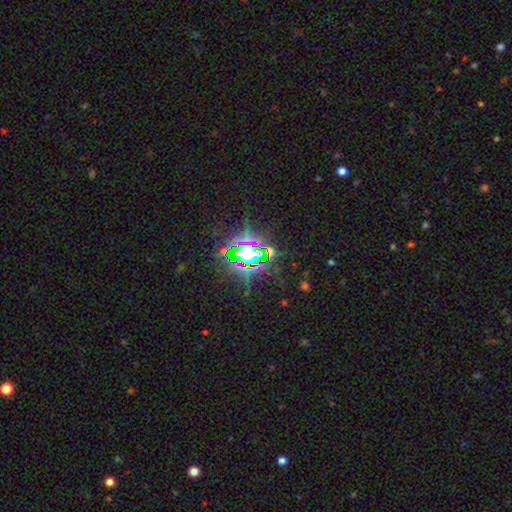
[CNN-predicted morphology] star or artifact 77%, smooth 12%, featured or disk 10%.